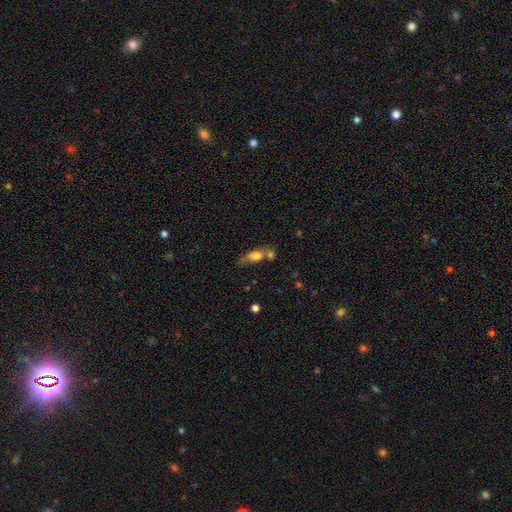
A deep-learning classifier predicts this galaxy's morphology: smooth_or_featured: smooth (p=0.68) [alt: featured or disk p=0.23]
how_rounded: in between (p=0.67) [alt: cigar-shaped p=0.22]
merging: none (p=0.39) [alt: merger p=0.33]